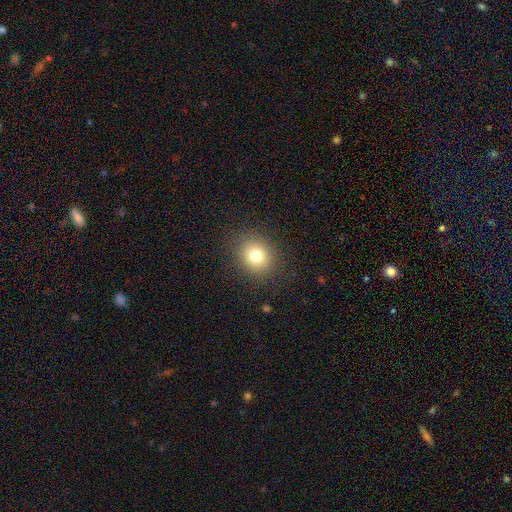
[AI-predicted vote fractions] The model was most divided on "how rounded": round: 71%, in between: 28%, cigar-shaped: 1%. More confident: merging — none (87%); smooth or featured — smooth (77%).